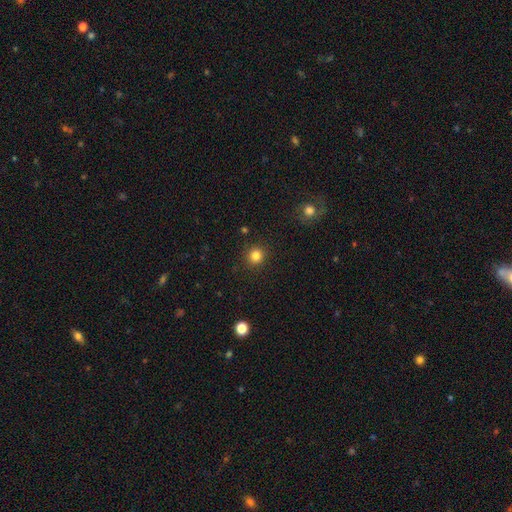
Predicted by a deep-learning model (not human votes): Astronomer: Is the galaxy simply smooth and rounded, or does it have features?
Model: smooth — 83%.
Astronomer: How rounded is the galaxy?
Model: round — 92%.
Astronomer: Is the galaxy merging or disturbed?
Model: none — 91%.